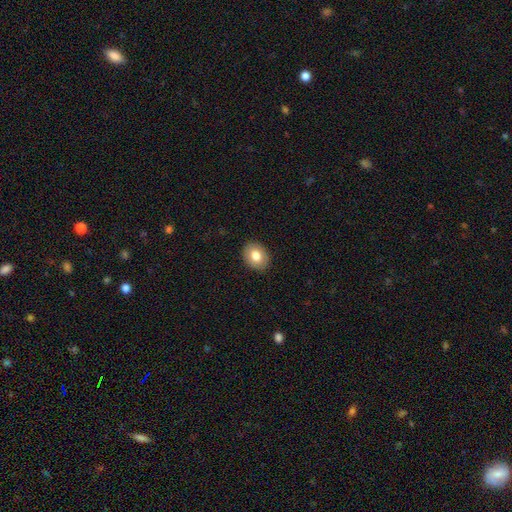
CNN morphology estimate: smooth-or-featured: smooth: 79% | featured or disk: 13% | star or artifact: 8%
  how-rounded: in between: 63% | round: 36% | cigar-shaped: 1%
  merging: none: 90% | minor disturbance: 7% | major disturbance: 2% | merger: 1%